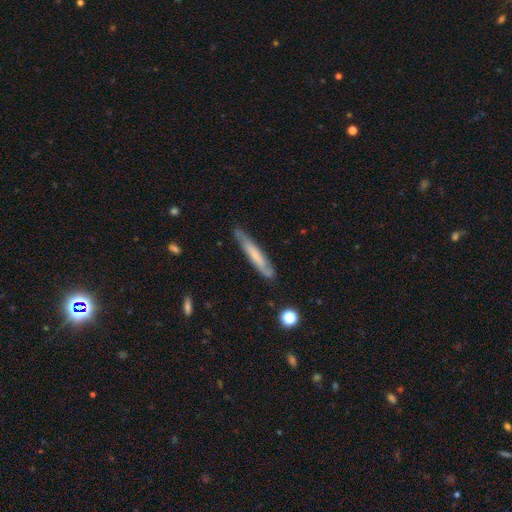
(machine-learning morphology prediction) Smooth or featured?
  - smooth: 50% *
  - featured or disk: 44%
  - star or artifact: 6%
Merging?
  - none: 76% *
  - minor disturbance: 18%
  - major disturbance: 3%
  - merger: 2%